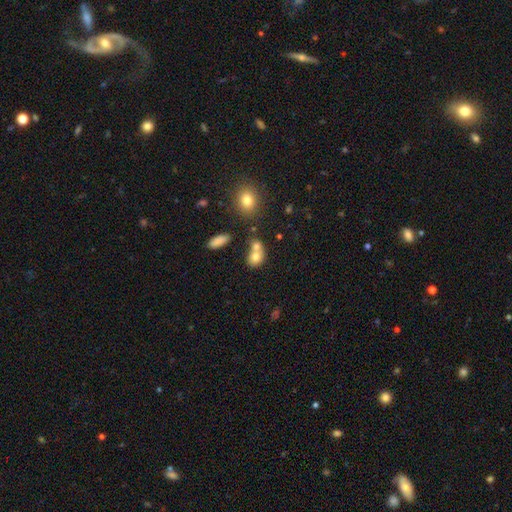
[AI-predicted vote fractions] Q: Smooth or featured?
A: smooth (73%); runner-up: featured or disk (16%)
Q: How rounded?
A: round (51%); runner-up: in between (47%)
Q: Merging?
A: merger (54%); runner-up: none (32%)